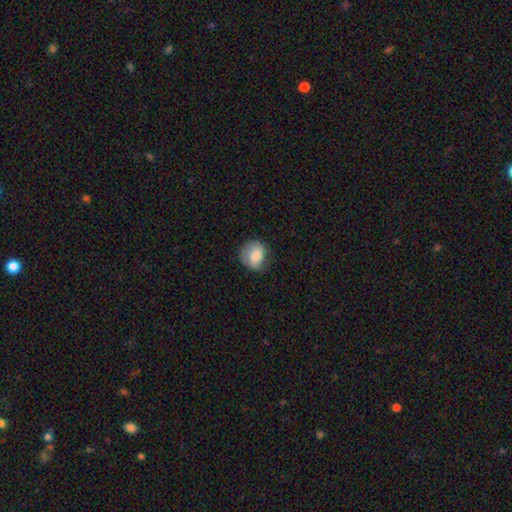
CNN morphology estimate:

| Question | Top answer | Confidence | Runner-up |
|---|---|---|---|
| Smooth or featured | smooth | 74% | featured or disk (18%) |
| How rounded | round | 73% | in between (26%) |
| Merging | none | 62% | minor disturbance (27%) |